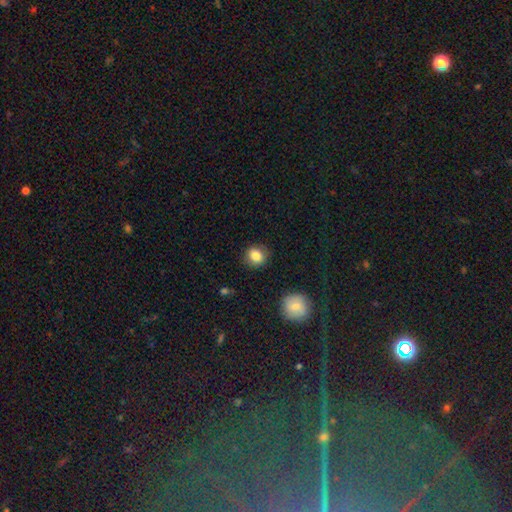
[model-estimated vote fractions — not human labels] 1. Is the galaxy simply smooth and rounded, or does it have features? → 84% smooth, 9% star or artifact, 6% featured or disk.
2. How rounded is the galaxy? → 77% round, 22% in between, 1% cigar-shaped.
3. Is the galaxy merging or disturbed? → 84% none, 11% minor disturbance, 3% major disturbance, 2% merger.